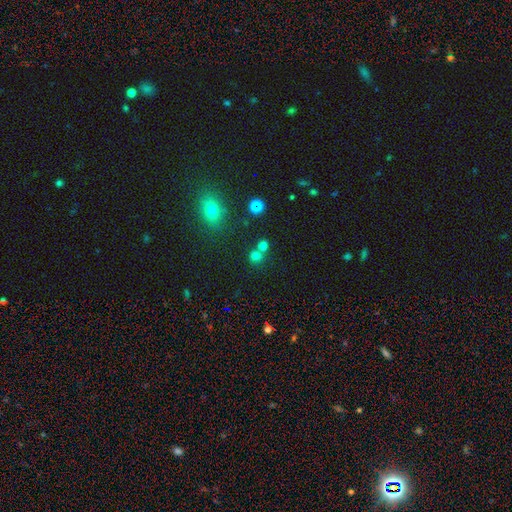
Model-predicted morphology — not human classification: A smooth galaxy with no disk features (70%) that is round (86%).

Vote fractions:
- Smooth or featured? smooth: 70% / star or artifact: 22% / featured or disk: 8%
- How rounded? round: 86% / in between: 13% / cigar-shaped: 1%
- Merging? none: 54% / merger: 37% / minor disturbance: 6% / major disturbance: 3%